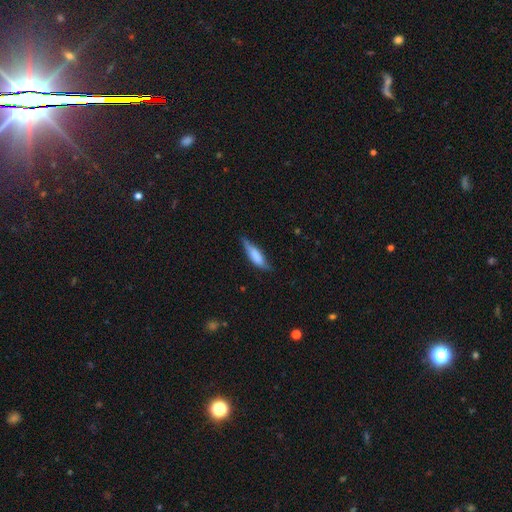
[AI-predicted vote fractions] A smooth galaxy with no disk features (71%) that is cigar-shaped (60%). Merging: none (60%).